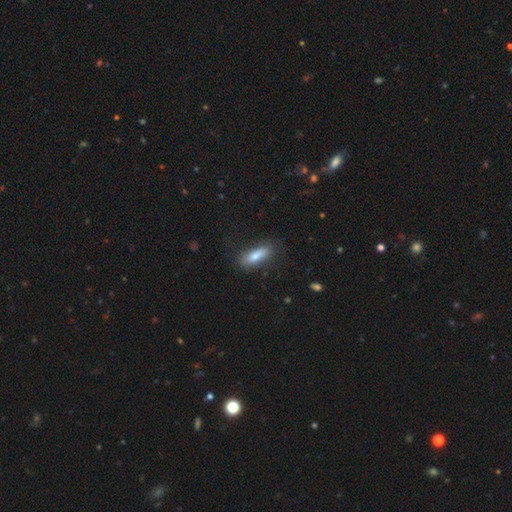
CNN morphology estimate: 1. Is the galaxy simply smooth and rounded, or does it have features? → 74% smooth, 18% featured or disk, 8% star or artifact.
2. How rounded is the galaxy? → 50% in between, 48% cigar-shaped, 2% round.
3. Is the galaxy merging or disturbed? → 75% none, 17% minor disturbance, 6% major disturbance, 2% merger.